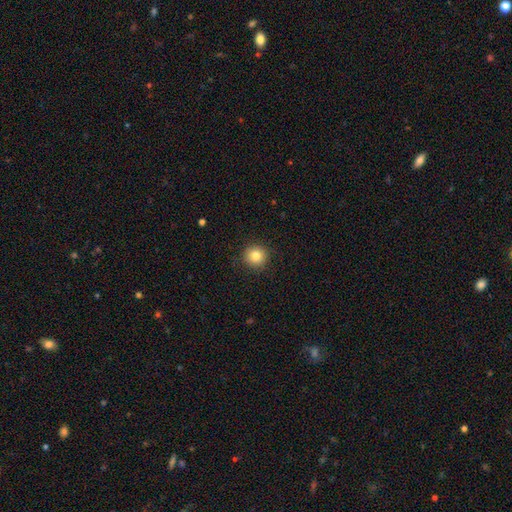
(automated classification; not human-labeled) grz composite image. It shows a smooth galaxy with no disk features (82%) that is round (94%). Merging: none (91%).